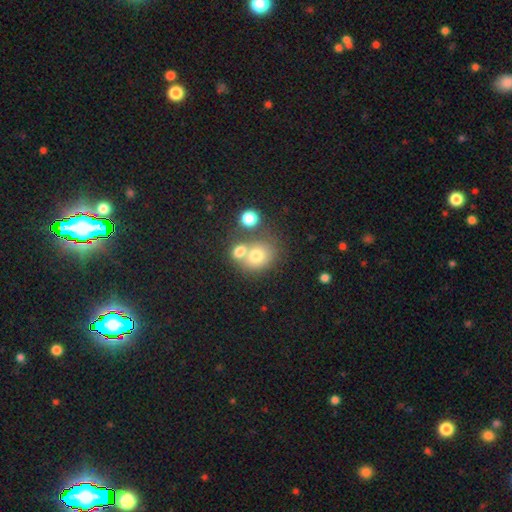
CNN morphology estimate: Smooth or featured: smooth — 72% (featured or disk — 16%)
How rounded: round — 64% (in between — 35%)
Merging: merger — 49% (none — 37%)